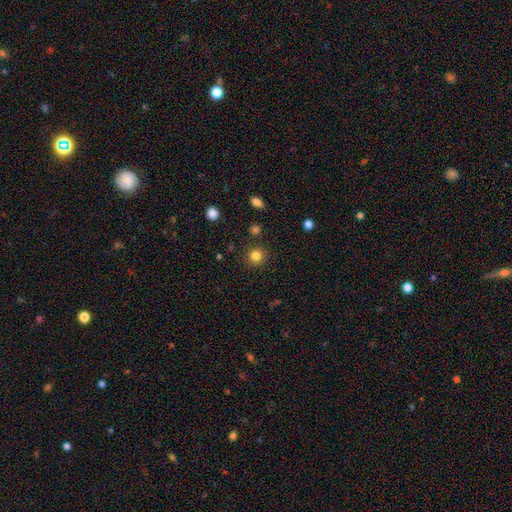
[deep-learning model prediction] Smooth or featured: smooth — 82% (star or artifact — 12%)
How rounded: round — 92% (in between — 7%)
Merging: none — 88% (minor disturbance — 7%)